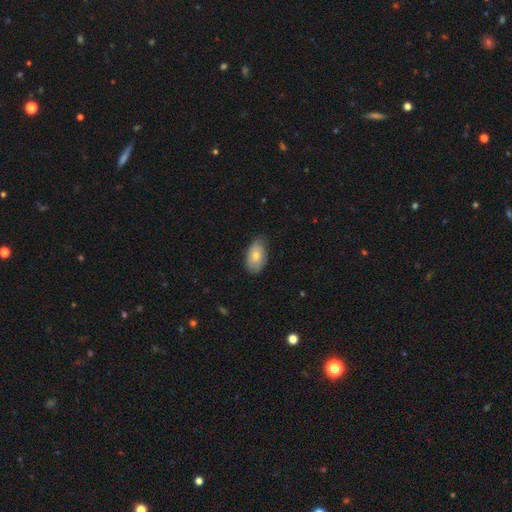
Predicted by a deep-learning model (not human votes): A smooth galaxy with no disk features (74%) that is in between round and cigar-shaped (92%).

Vote fractions:
- Smooth or featured? smooth: 74% / featured or disk: 20% / star or artifact: 6%
- How rounded? in between: 92% / round: 6% / cigar-shaped: 2%
- Merging? none: 70% / minor disturbance: 25% / major disturbance: 4% / merger: 1%